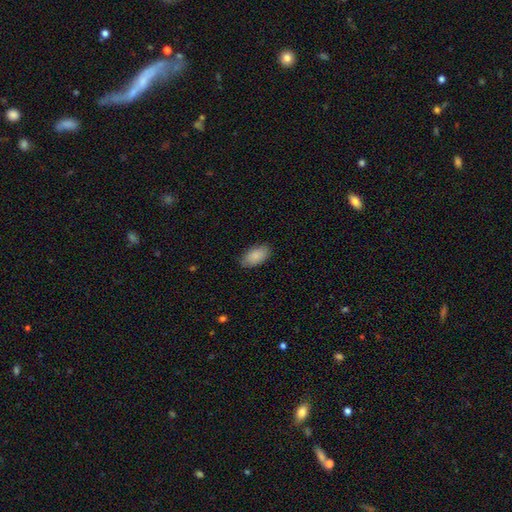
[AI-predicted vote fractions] smooth-or-featured: smooth: 87% | featured or disk: 7% | star or artifact: 6%
  how-rounded: in between: 95% | round: 3% | cigar-shaped: 2%
  merging: none: 84% | minor disturbance: 13% | major disturbance: 2% | merger: 1%